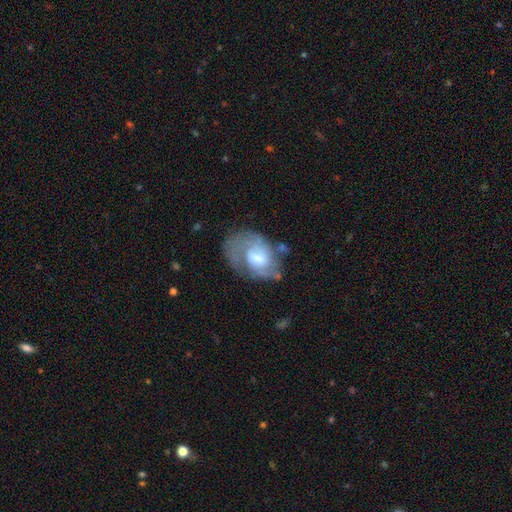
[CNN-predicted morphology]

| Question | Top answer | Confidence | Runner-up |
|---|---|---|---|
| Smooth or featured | featured or disk | 72% | smooth (22%) |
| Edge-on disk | no | 97% | yes (3%) |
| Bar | no | 55% | weak (39%) |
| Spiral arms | yes | 84% | no (16%) |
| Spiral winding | tight | 44% | medium (40%) |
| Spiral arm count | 2 | 41% | can't tell (27%) |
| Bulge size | moderate | 48% | small (27%) |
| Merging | none | 50% | minor disturbance (25%) |